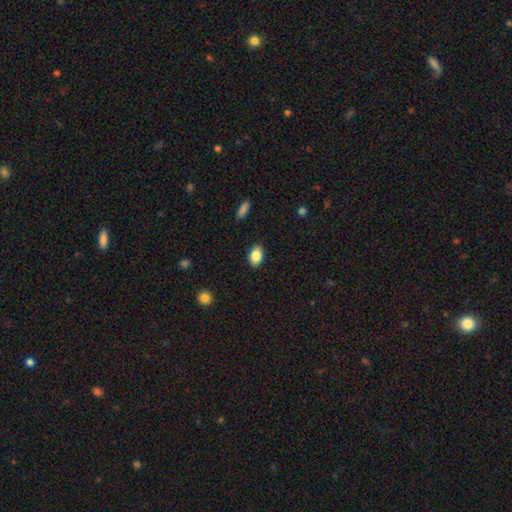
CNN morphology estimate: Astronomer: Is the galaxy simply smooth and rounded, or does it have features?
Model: smooth — 85%.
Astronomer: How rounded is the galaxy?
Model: in between — 89%.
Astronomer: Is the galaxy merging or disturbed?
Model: none — 87%.